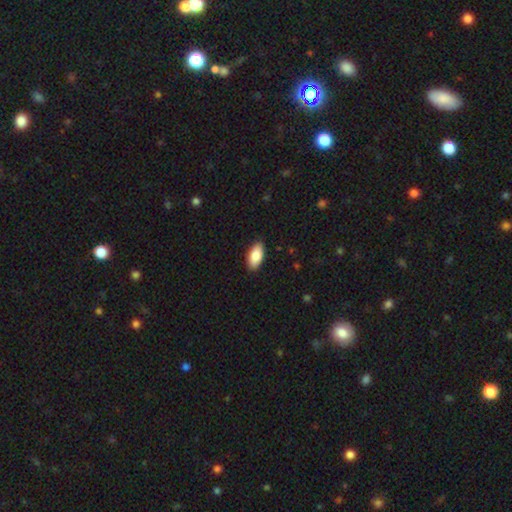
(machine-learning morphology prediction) smooth 85%, featured or disk 8%, star or artifact 6%. Down the decision tree: how rounded — in between (92%); merging — none (88%).